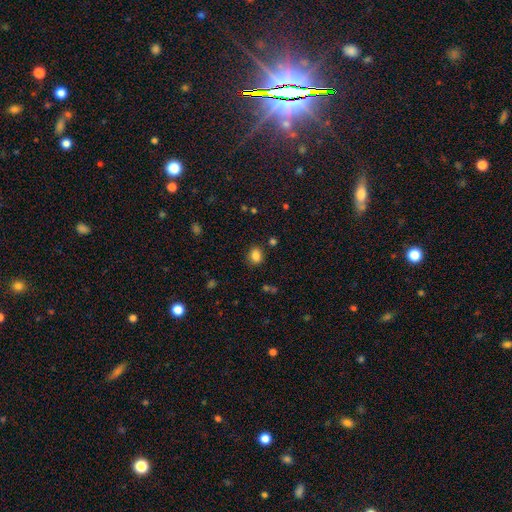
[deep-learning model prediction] smooth_or_featured: smooth (p=0.84) [alt: star or artifact p=0.11]
how_rounded: round (p=0.51) [alt: in between p=0.48]
merging: none (p=0.84) [alt: minor disturbance p=0.10]